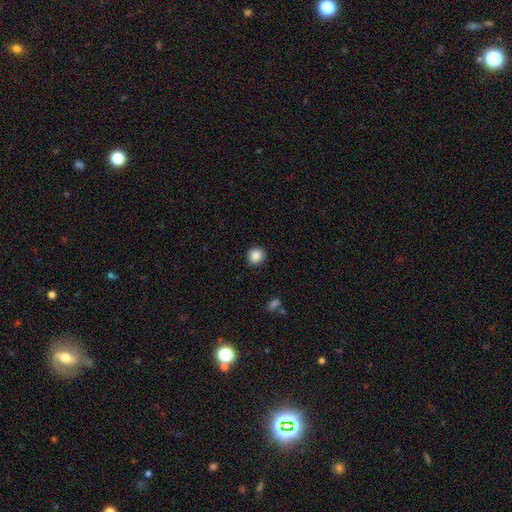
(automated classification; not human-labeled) smooth-or-featured: smooth: 88% | star or artifact: 9% | featured or disk: 3%
  how-rounded: round: 86% | in between: 13% | cigar-shaped: 1%
  merging: none: 90% | minor disturbance: 7% | major disturbance: 2% | merger: 1%